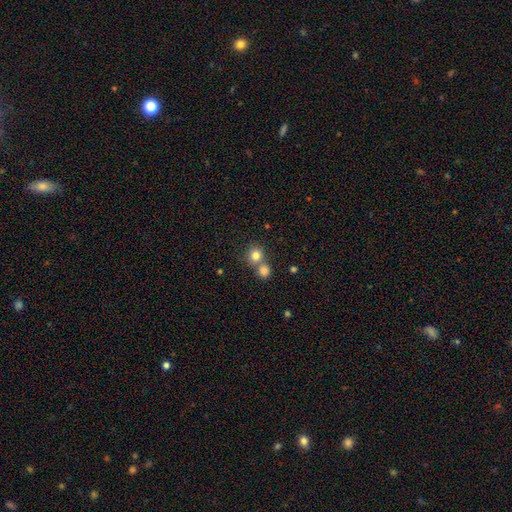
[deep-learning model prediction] Overall: smooth (80%). How rounded: round (86%). Merging: none (55%; merger 36%).